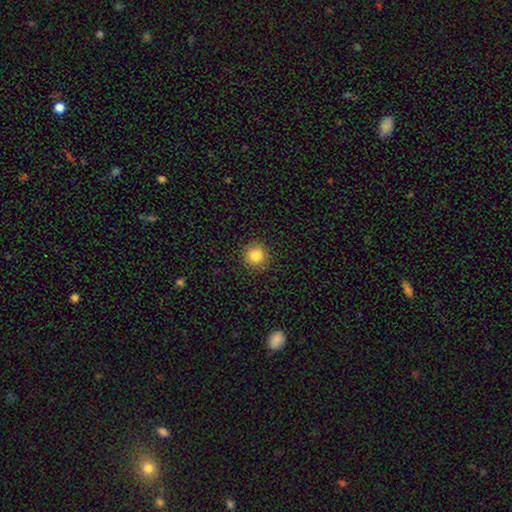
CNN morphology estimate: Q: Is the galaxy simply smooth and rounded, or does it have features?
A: smooth — 84%.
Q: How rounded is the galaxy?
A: round — 94%.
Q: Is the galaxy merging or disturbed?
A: none — 91%.